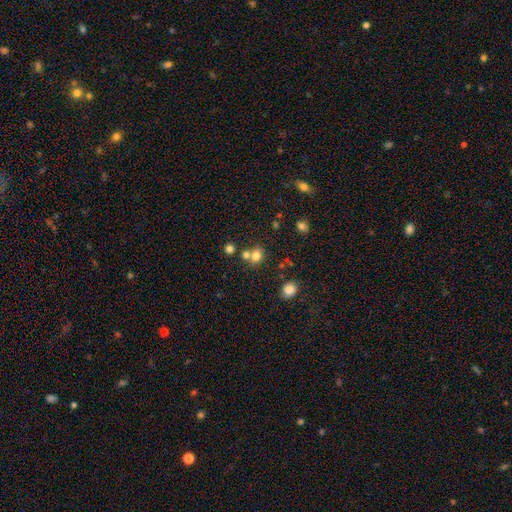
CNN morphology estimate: A smooth galaxy with no disk features (76%) that is round (61%).

Vote fractions:
- Smooth or featured? smooth: 76% / star or artifact: 15% / featured or disk: 10%
- How rounded? round: 61% / in between: 38% / cigar-shaped: 1%
- Merging? none: 51% / merger: 36% / minor disturbance: 10% / major disturbance: 4%